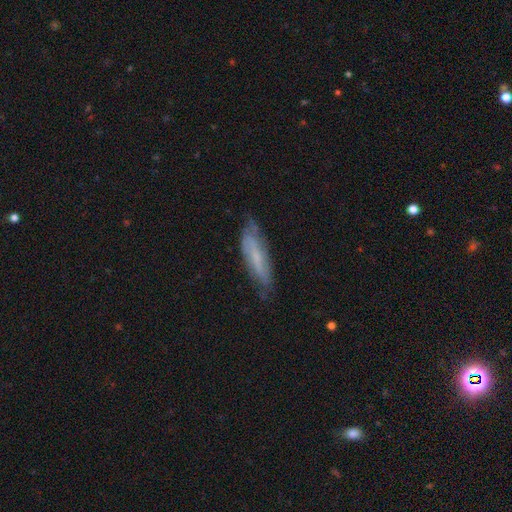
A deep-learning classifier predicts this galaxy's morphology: A featured or disk galaxy (49%). Merging: none (65%).